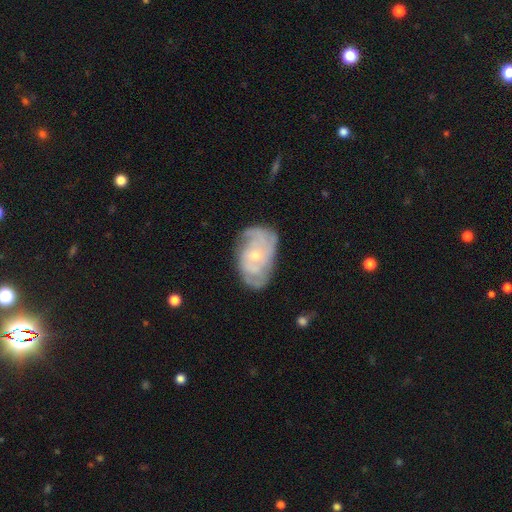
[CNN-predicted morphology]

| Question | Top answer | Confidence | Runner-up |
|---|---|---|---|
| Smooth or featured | featured or disk | 79% | smooth (16%) |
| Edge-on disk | no | 96% | yes (4%) |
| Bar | no | 67% | weak (28%) |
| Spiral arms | yes | 89% | no (11%) |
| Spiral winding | tight | 52% | medium (35%) |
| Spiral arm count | can't tell | 38% | 2 (31%) |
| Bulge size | small | 58% | moderate (38%) |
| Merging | none | 64% | minor disturbance (24%) |